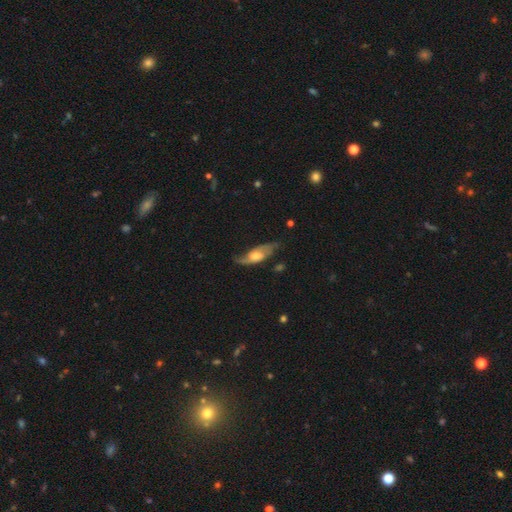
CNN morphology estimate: Smooth or featured?
  - featured or disk: 64% *
  - smooth: 30%
  - star or artifact: 6%
Edge-on disk?
  - no: 77% *
  - yes: 23%
Merging?
  - none: 59% *
  - minor disturbance: 27%
  - major disturbance: 12%
  - merger: 2%